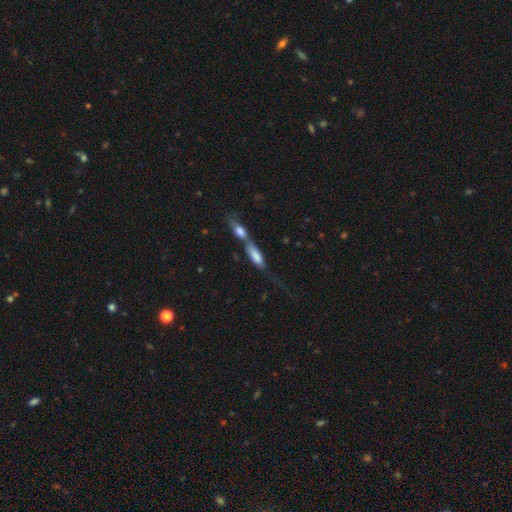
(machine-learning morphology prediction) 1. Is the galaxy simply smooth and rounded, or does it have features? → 59% smooth, 32% featured or disk, 9% star or artifact.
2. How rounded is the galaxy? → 49% in between, 48% cigar-shaped, 4% round.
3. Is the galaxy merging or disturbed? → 66% merger, 18% none, 8% minor disturbance, 7% major disturbance.